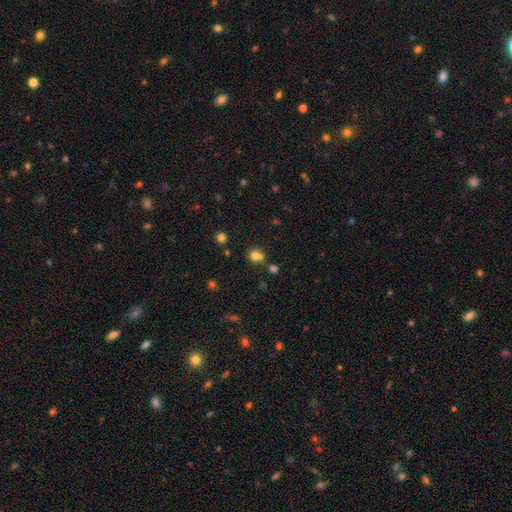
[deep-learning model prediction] A smooth galaxy with no disk features (73%) that is round (78%).

Vote fractions:
- Smooth or featured? smooth: 73% / star or artifact: 16% / featured or disk: 11%
- How rounded? round: 78% / in between: 21% / cigar-shaped: 1%
- Merging? none: 45% / merger: 42% / minor disturbance: 9% / major disturbance: 4%